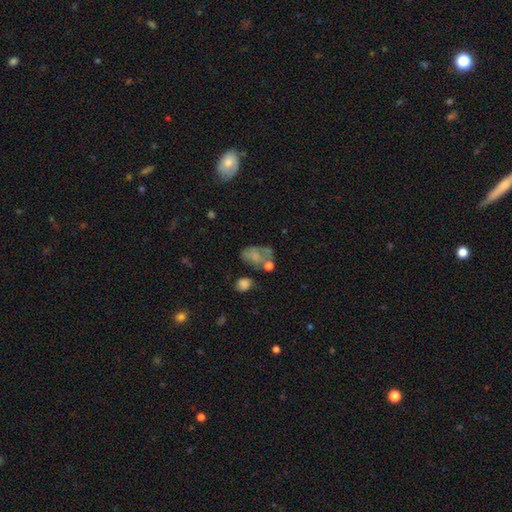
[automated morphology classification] Smooth or featured?
  - smooth: 56% *
  - featured or disk: 29%
  - star or artifact: 14%
How rounded?
  - in between: 80% *
  - round: 18%
  - cigar-shaped: 2%
Merging?
  - none: 31% *
  - major disturbance: 25%
  - minor disturbance: 23%
  - merger: 21%